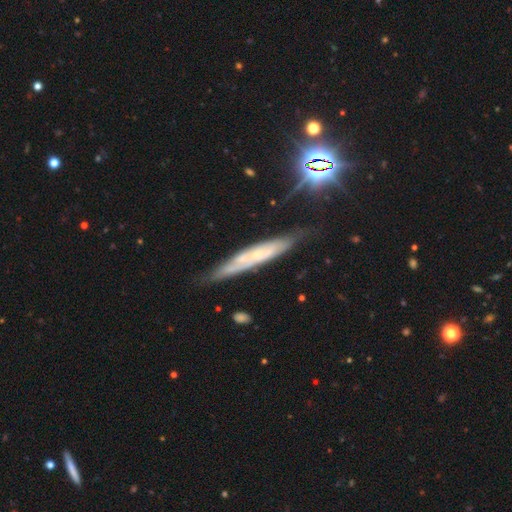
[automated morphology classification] featured or disk 61%, smooth 28%, star or artifact 10%. Down the decision tree: edge-on disk — yes (65%); merging — none (72%).